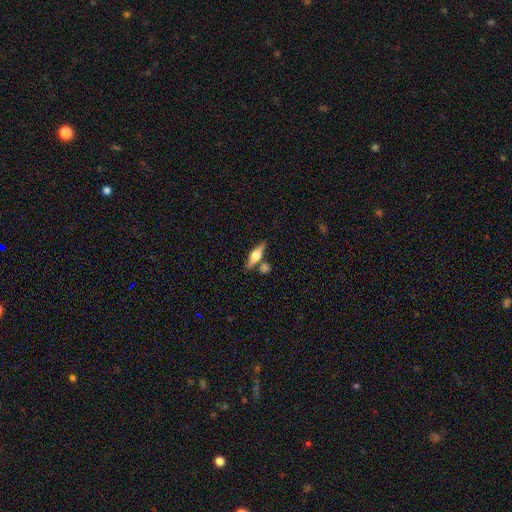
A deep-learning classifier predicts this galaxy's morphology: smooth-or-featured: featured or disk: 55% | smooth: 38% | star or artifact: 7%
  disk-edge-on: yes: 94% | no: 6%
    edge-on-bulge: rounded: 92% | boxy: 6% | none: 2%
  merging: none: 73% | merger: 14% | minor disturbance: 10% | major disturbance: 3%